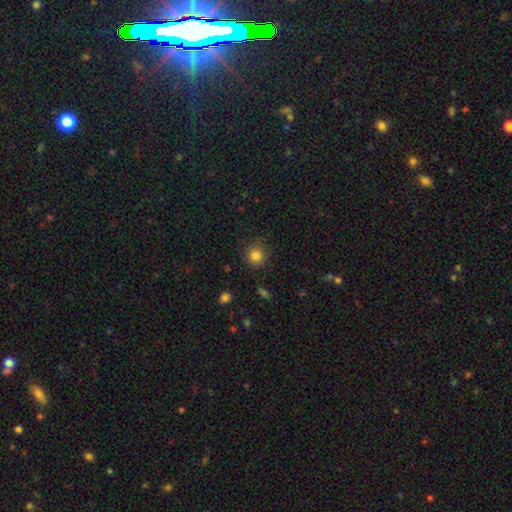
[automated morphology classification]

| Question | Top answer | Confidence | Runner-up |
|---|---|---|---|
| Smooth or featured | smooth | 83% | star or artifact (12%) |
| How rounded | round | 91% | in between (8%) |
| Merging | none | 86% | minor disturbance (9%) |